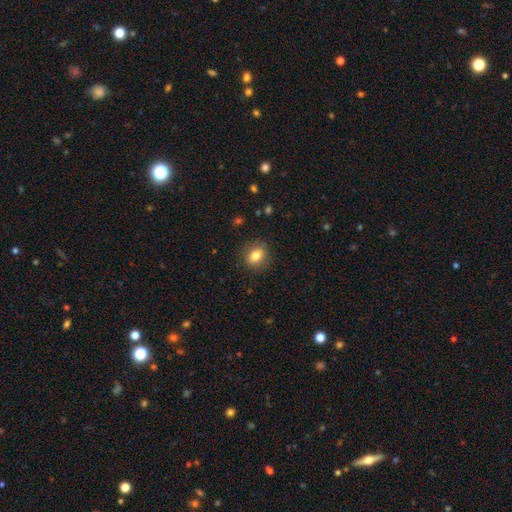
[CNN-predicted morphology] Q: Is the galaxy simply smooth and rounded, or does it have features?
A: smooth — 81%.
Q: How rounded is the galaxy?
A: in between — 52%.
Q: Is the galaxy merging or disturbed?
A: none — 86%.